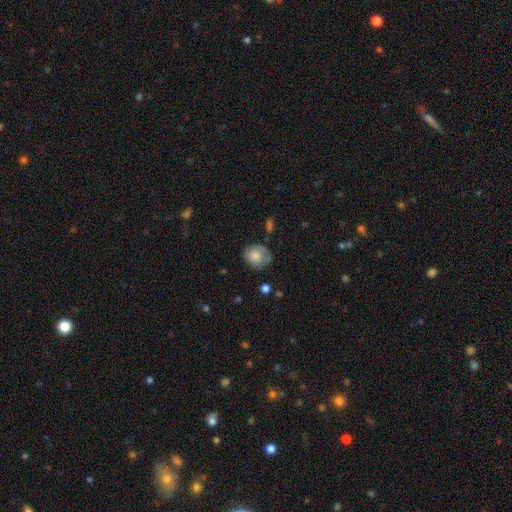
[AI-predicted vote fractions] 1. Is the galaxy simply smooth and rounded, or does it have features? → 79% smooth, 13% featured or disk, 8% star or artifact.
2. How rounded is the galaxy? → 71% round, 28% in between, 1% cigar-shaped.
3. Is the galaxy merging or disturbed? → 62% none, 27% minor disturbance, 8% major disturbance, 2% merger.